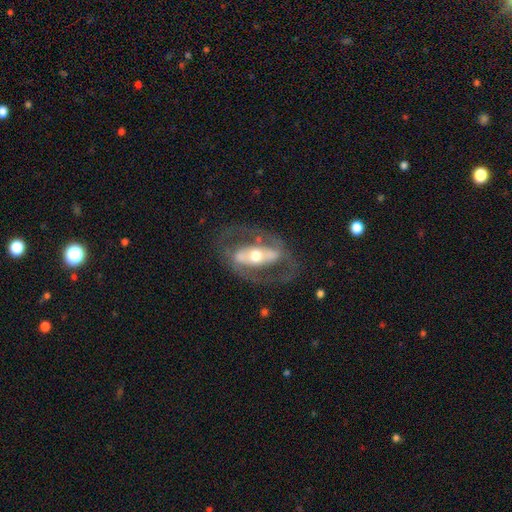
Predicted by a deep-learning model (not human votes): Smooth or featured: featured or disk — 80% (smooth — 16%)
Edge-on disk: no — 90% (yes — 10%)
Bar: strong — 51% (no — 28%)
Spiral arms: yes — 58% (no — 42%)
Bulge size: moderate — 66% (small — 17%)
Merging: none — 69% (major disturbance — 15%)